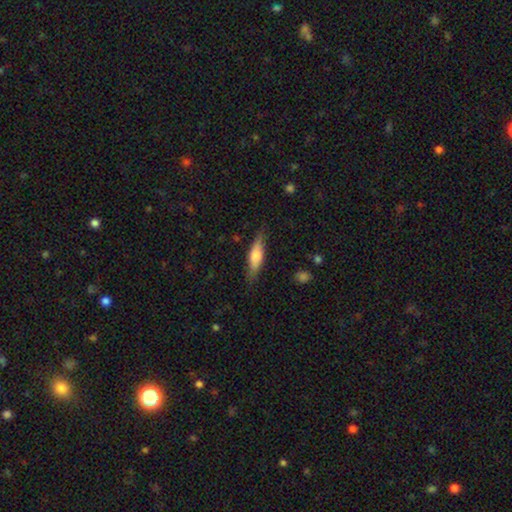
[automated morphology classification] This appears to be a smooth galaxy with no disk features (59%) that is cigar-shaped (63%). Merging: none (80%).